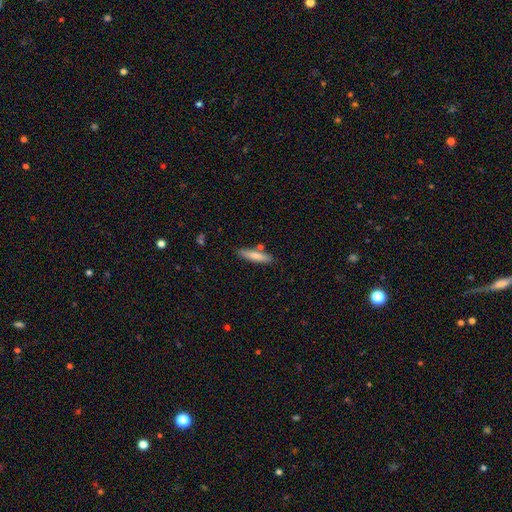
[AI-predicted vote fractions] Q: Smooth or featured?
A: smooth (76%); runner-up: featured or disk (18%)
Q: How rounded?
A: cigar-shaped (84%); runner-up: in between (15%)
Q: Merging?
A: none (81%); runner-up: minor disturbance (11%)